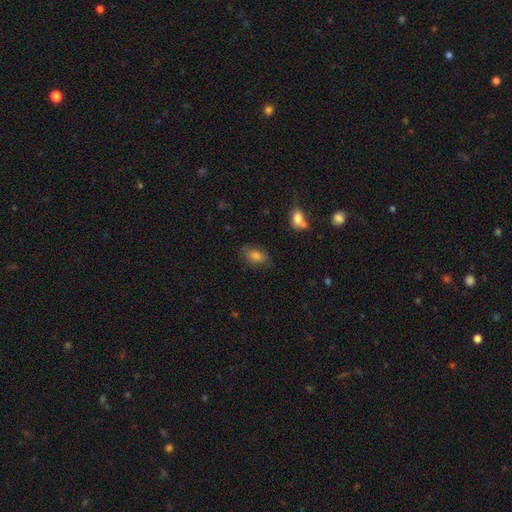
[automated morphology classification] The model was most divided on "merging": none: 73%, minor disturbance: 19%, major disturbance: 6%, merger: 2%. More confident: how rounded — in between (85%); smooth or featured — smooth (78%).